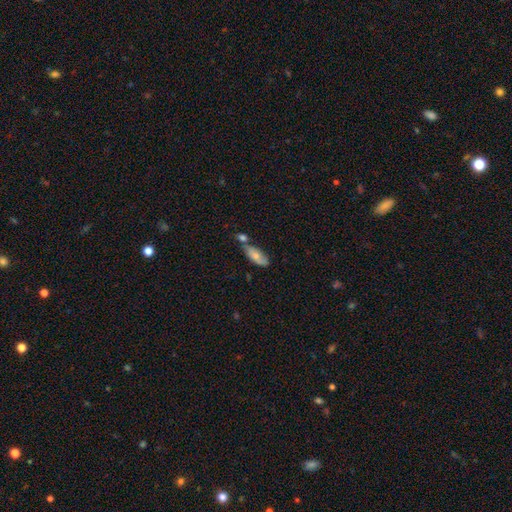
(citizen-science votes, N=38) smooth_or_featured: smooth (p=0.66) [alt: featured or disk p=0.29]
how_rounded: in between (p=0.92) [alt: cigar-shaped p=0.08]
merging: none (p=0.50) [alt: minor disturbance p=0.25]